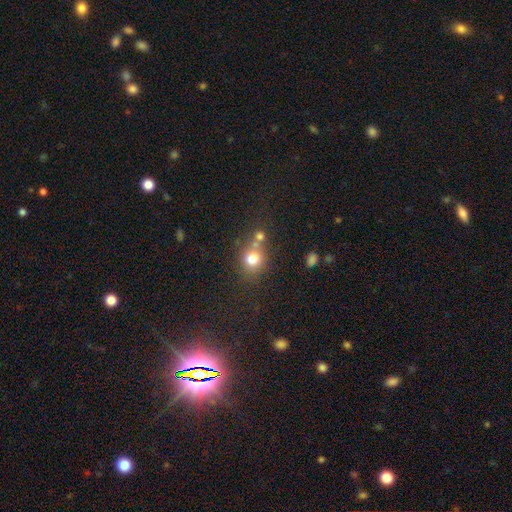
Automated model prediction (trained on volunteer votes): Smooth or featured: smooth — 62% (star or artifact — 26%)
How rounded: round — 82% (in between — 17%)
Merging: none — 57% (merger — 28%)